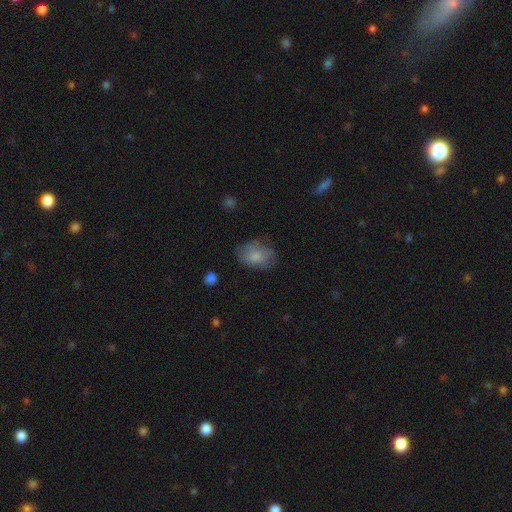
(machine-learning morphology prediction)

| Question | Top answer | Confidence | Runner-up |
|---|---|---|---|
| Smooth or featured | smooth | 73% | featured or disk (19%) |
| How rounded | in between | 76% | round (23%) |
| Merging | none | 64% | minor disturbance (25%) |